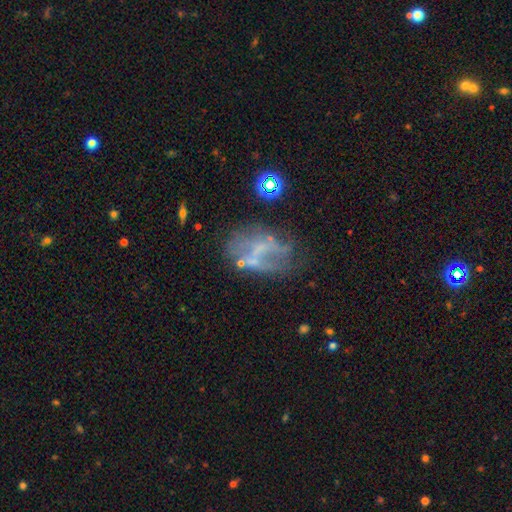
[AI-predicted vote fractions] Morphology: type=featured or disk (60%); edge-on=no (97%); bar=no (66%); spiral arms=no (69%); bulge=none (69%); merging=none (40%).